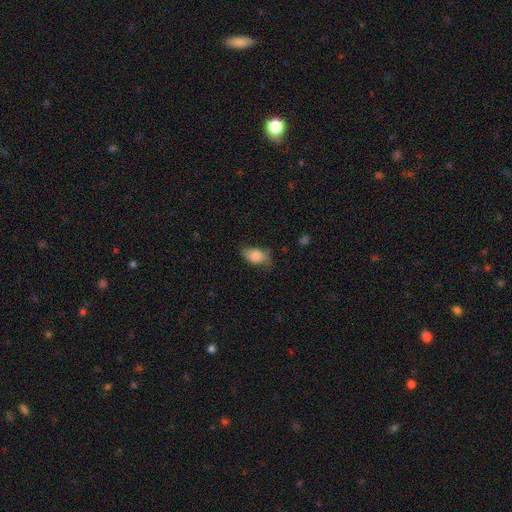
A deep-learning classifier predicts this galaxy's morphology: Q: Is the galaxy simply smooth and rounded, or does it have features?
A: smooth — 77%.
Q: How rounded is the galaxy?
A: in between — 88%.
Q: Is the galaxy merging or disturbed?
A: none — 59%.